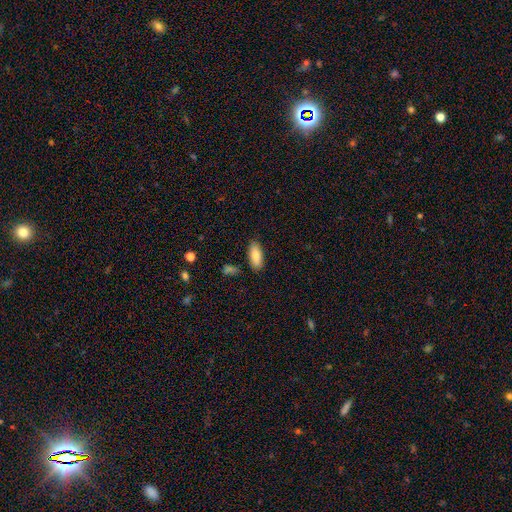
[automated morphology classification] The model was most divided on "how rounded": in between: 83%, cigar-shaped: 15%, round: 2%. More confident: smooth or featured — smooth (84%); merging — none (83%).